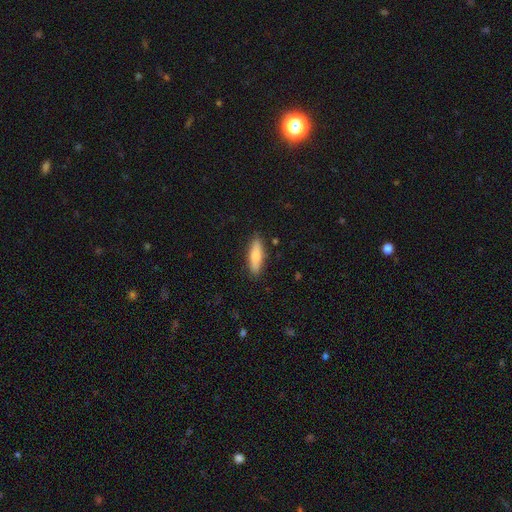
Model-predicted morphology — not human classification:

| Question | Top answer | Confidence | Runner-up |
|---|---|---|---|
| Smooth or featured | smooth | 80% | featured or disk (14%) |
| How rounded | cigar-shaped | 59% | in between (39%) |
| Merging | none | 87% | minor disturbance (10%) |